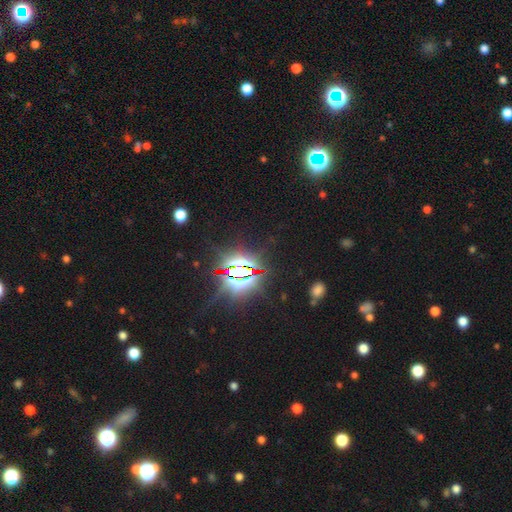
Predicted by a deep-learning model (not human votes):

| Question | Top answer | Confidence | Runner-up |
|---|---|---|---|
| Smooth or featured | star or artifact | 84% | smooth (8%) |